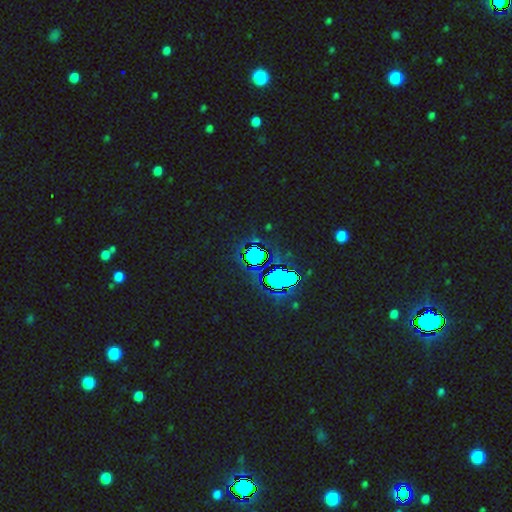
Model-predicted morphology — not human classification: type=star or artifact (79%).